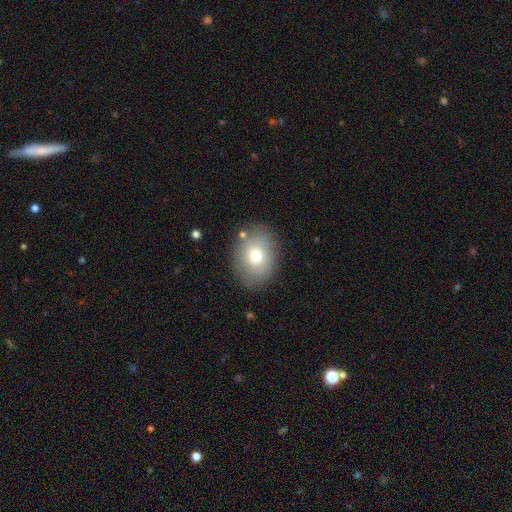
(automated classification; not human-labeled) Morphology: type=smooth (73%); roundness=in between (62%); merging=none (83%).